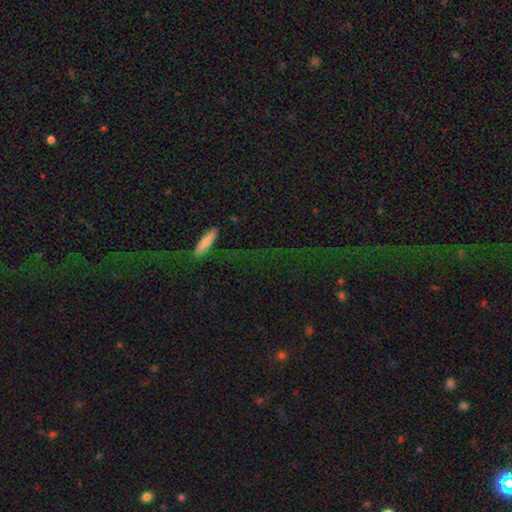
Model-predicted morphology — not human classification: star or artifact 59%, featured or disk 23%, smooth 18%.